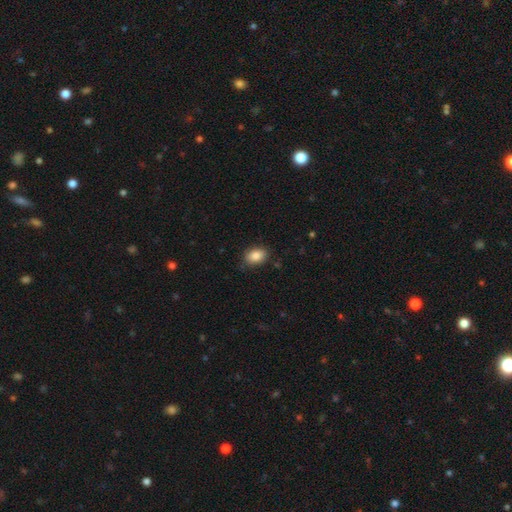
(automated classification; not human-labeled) Smooth or featured: smooth — 86% (star or artifact — 8%)
How rounded: in between — 80% (round — 18%)
Merging: none — 84% (minor disturbance — 12%)